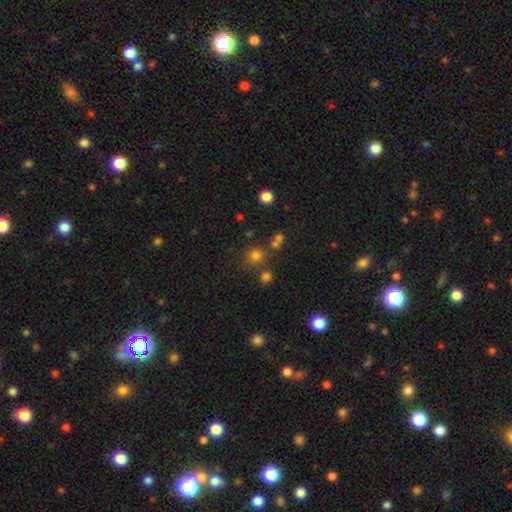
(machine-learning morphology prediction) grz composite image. It shows a smooth galaxy with no disk features (73%) that is round (88%). Merging: none (71%).